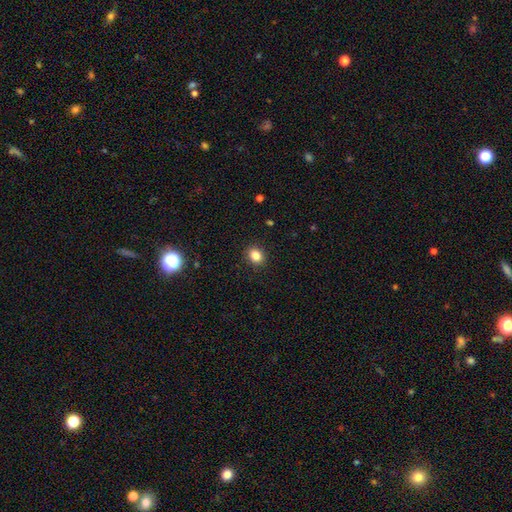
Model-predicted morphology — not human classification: Overall: smooth (85%). How rounded: round (60%; in between 39%). Merging: none (90%).